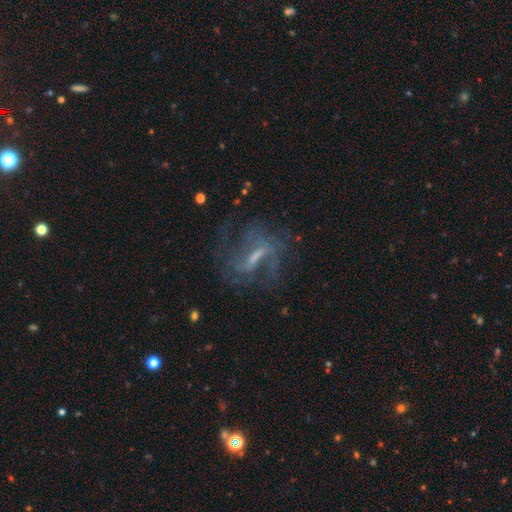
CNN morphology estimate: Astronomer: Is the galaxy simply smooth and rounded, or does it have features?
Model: featured or disk — 77%.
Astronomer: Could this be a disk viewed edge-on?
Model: no — 89%.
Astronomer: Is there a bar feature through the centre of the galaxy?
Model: strong — 46% (runner-up: weak, 41%).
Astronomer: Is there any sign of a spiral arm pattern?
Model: yes — 82%.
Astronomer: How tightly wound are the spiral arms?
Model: medium — 43% (runner-up: loose, 36%).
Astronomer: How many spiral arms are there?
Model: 2 — 43% (runner-up: can't tell, 32%).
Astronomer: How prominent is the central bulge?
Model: small — 41% (runner-up: moderate, 29%).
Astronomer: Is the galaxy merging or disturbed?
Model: none — 60%.